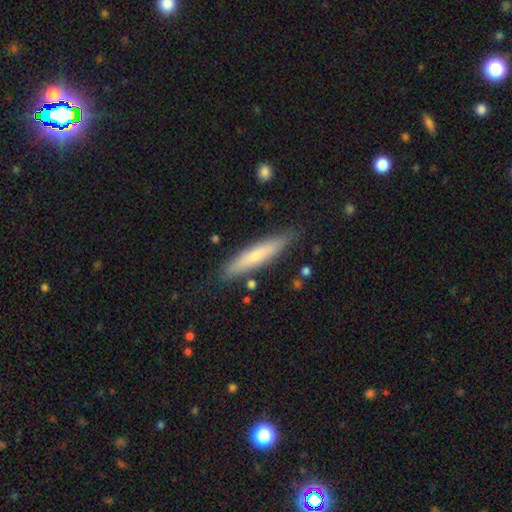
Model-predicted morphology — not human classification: smooth_or_featured: smooth (p=0.62) [alt: featured or disk p=0.32]
how_rounded: cigar-shaped (p=0.88) [alt: in between p=0.11]
merging: none (p=0.84) [alt: minor disturbance p=0.11]